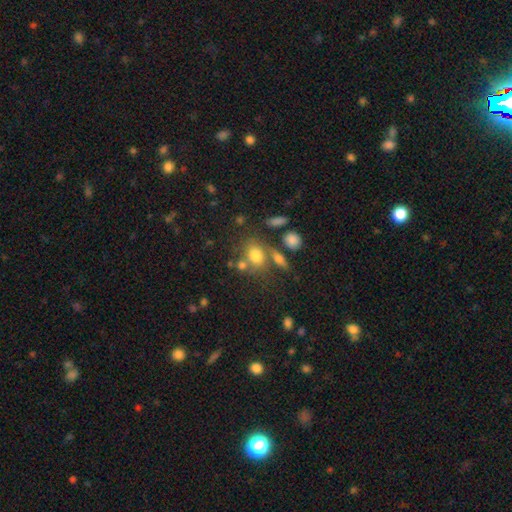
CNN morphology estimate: Smooth or featured?
  - smooth: 73% *
  - featured or disk: 15%
  - star or artifact: 12%
How rounded?
  - round: 51% *
  - in between: 47%
  - cigar-shaped: 2%
Merging?
  - none: 51% *
  - merger: 24%
  - minor disturbance: 16%
  - major disturbance: 9%